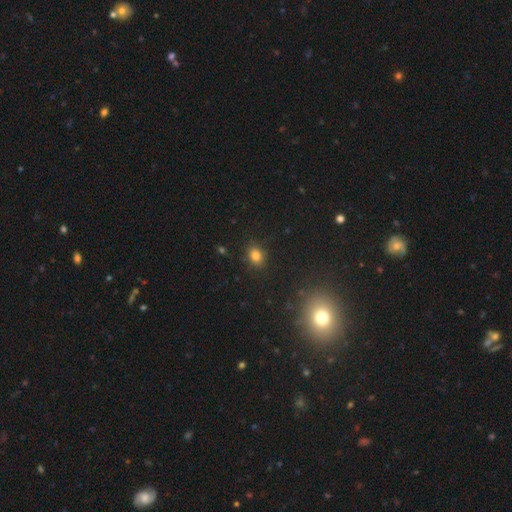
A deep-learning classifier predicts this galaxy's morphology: Overall: smooth (80%). How rounded: round (50%; in between 49%). Merging: none (84%).